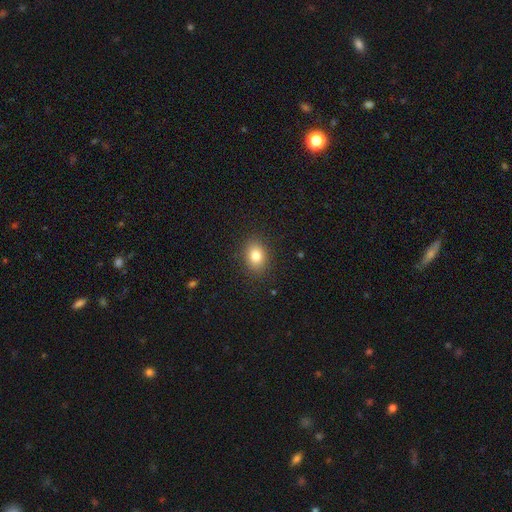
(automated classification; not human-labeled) Overall: smooth (81%). How rounded: in between (63%; round 36%). Merging: none (88%).